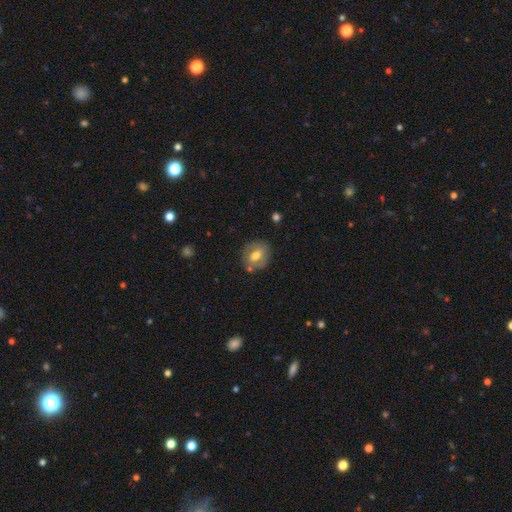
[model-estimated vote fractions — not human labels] Overall: smooth (63%; featured or disk 29%). How rounded: round (65%; in between 34%). Merging: none (75%).